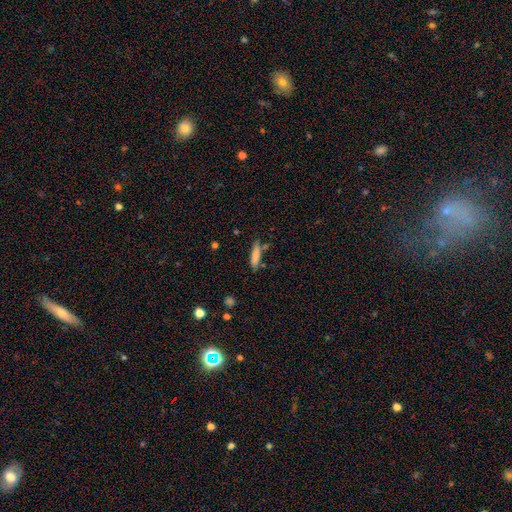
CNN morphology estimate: Smooth or featured: smooth — 79% (featured or disk — 13%)
How rounded: cigar-shaped — 78% (in between — 21%)
Merging: none — 70% (minor disturbance — 18%)